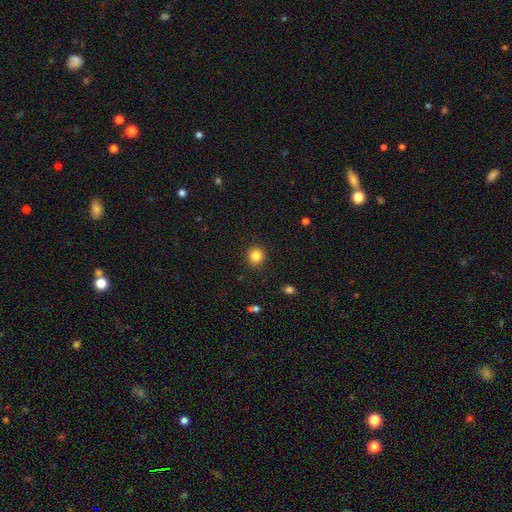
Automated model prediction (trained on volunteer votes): smooth-or-featured: smooth: 84% | star or artifact: 11% | featured or disk: 5%
  how-rounded: round: 90% | in between: 10% | cigar-shaped: 1%
  merging: none: 91% | minor disturbance: 6% | major disturbance: 2% | merger: 1%